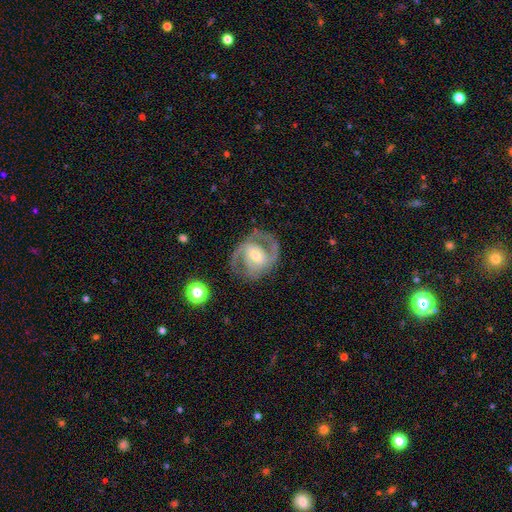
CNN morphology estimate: Overall: featured or disk (88%). Edge-on disk: no (97%). Bar: weak (44%; no 31%). Spiral arms: yes (95%). Spiral arm count: 2 (83%). Spiral winding: medium (54%; tight 33%). Bulge size: moderate (57%; small 35%). Merging: none (76%).